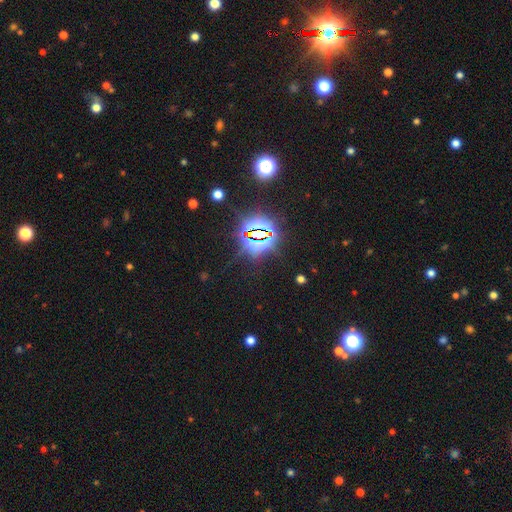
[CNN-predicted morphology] Smooth or featured: star or artifact — 83% (smooth — 10%)